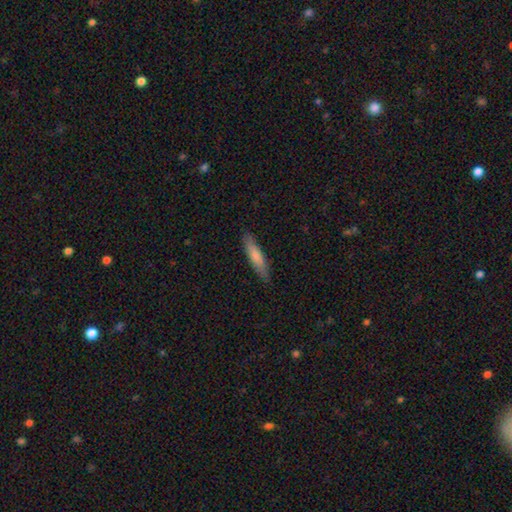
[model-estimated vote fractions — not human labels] Smooth or featured? Predicted: smooth (p=0.76). How rounded? Predicted: cigar-shaped (p=0.82). Merging? Predicted: none (p=0.86).